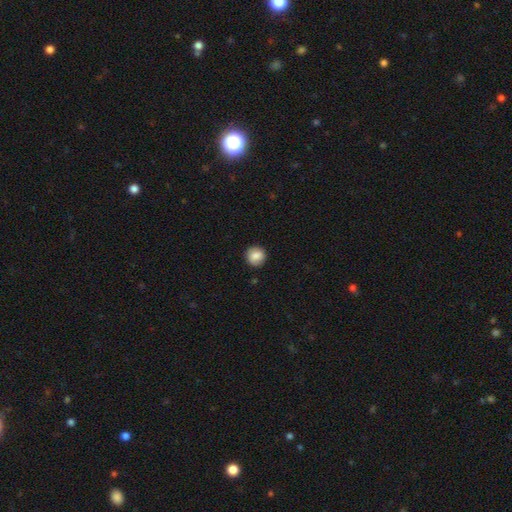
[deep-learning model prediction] Smooth or featured: smooth — 84% (star or artifact — 8%)
How rounded: round — 91% (in between — 8%)
Merging: none — 89% (minor disturbance — 8%)